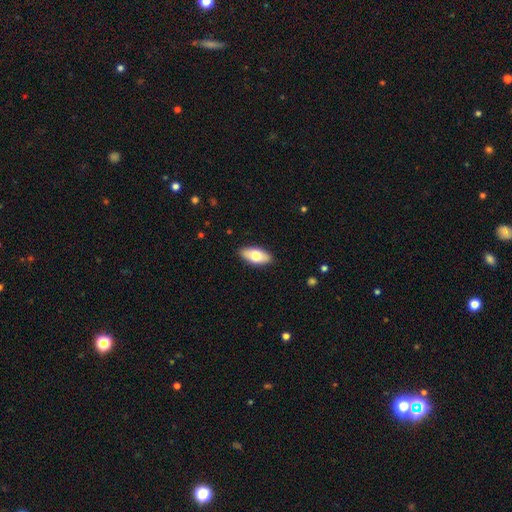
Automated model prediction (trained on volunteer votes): Smooth or featured? Predicted: smooth (p=0.73). How rounded? Predicted: in between (p=0.89). Merging? Predicted: none (p=0.88).